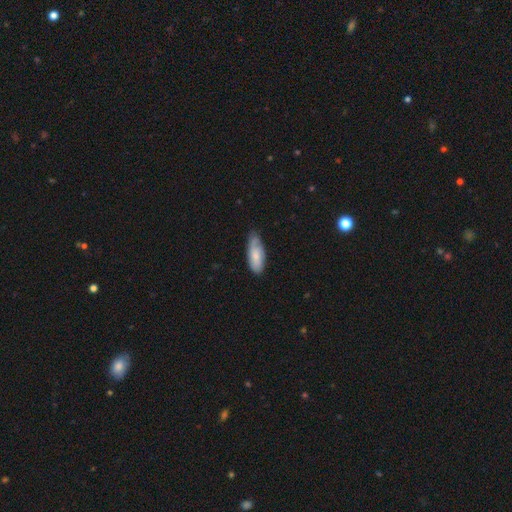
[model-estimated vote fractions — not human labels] This is likely a smooth galaxy (68%). How rounded: likely in between (75%). Merging: possibly none (59%).